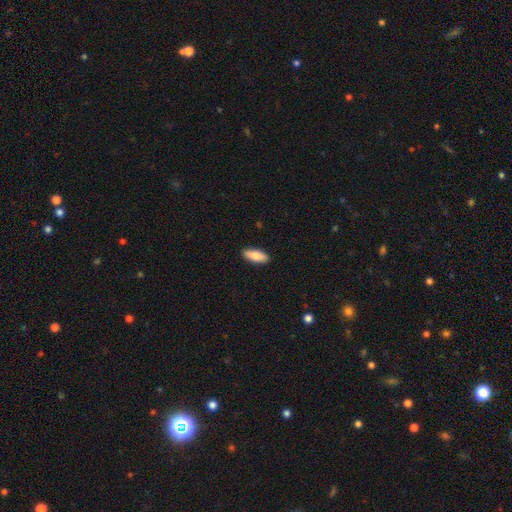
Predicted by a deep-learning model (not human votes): Smooth or featured: smooth — 84% (featured or disk — 11%)
How rounded: in between — 78% (cigar-shaped — 20%)
Merging: none — 90% (minor disturbance — 7%)